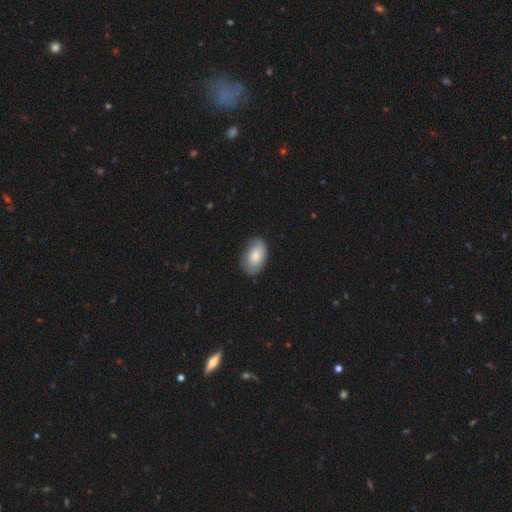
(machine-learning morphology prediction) The model was most divided on "merging": none: 72%, minor disturbance: 22%, major disturbance: 5%, merger: 1%. More confident: how rounded — in between (91%); smooth or featured — smooth (73%).